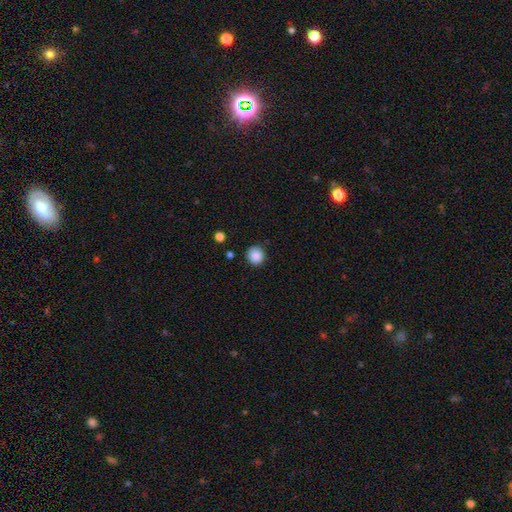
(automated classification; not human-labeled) Smooth or featured?
  - smooth: 88% *
  - star or artifact: 9%
  - featured or disk: 3%
How rounded?
  - round: 92% *
  - in between: 7%
  - cigar-shaped: 1%
Merging?
  - none: 88% *
  - minor disturbance: 8%
  - major disturbance: 2%
  - merger: 2%